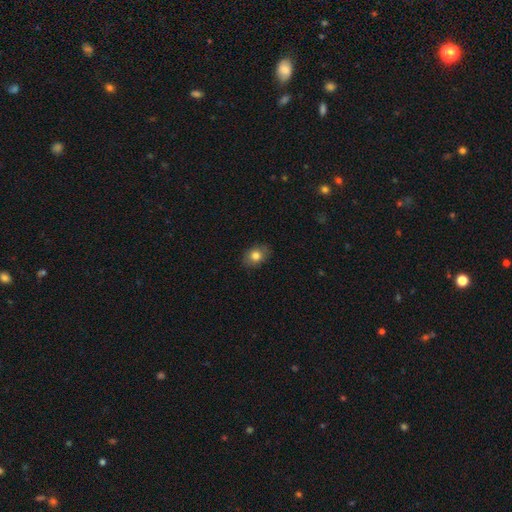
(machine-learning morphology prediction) Smooth or featured? Predicted: smooth (p=0.80). How rounded? Predicted: in between (p=0.65). Merging? Predicted: none (p=0.86).